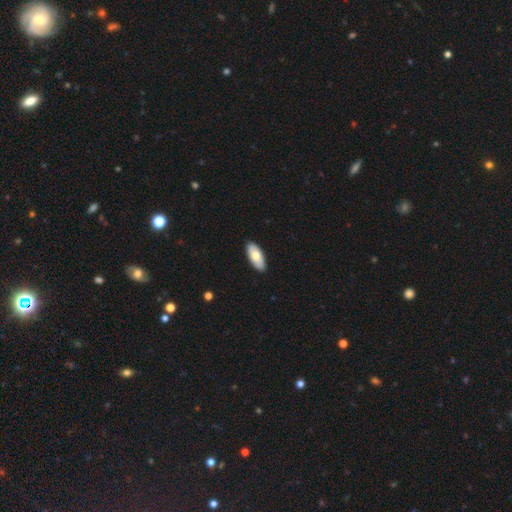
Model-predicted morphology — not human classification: The model was most divided on "smooth or featured": smooth: 70%, featured or disk: 25%, star or artifact: 5%. More confident: merging — none (90%); how rounded — in between (90%).